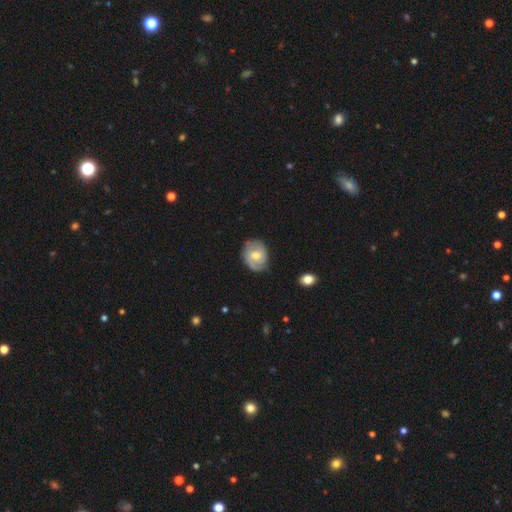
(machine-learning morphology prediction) Smooth or featured? featured or disk (62%)
Edge-on disk? no (97%)
Bar? no (47%)
Spiral arms? yes (86%)
Spiral winding? medium (42%)
Spiral arm count? 2 (68%)
Bulge size? moderate (65%)
Merging? none (74%)